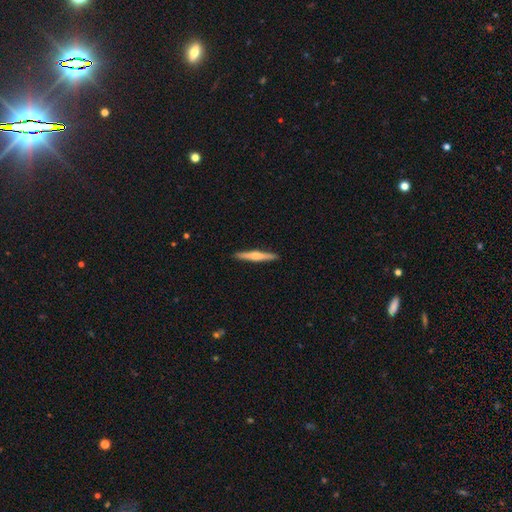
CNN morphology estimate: A featured or disk galaxy (57%) viewed edge-on (98%) with a rounded central bulge (85%).

Vote fractions:
- Smooth or featured? featured or disk: 57% / smooth: 38% / star or artifact: 5%
- Edge-on disk? yes: 98% / no: 2%
- Edge-on bulge? rounded: 85% / none: 10% / boxy: 5%
- Merging? none: 92% / minor disturbance: 6% / major disturbance: 1% / merger: 1%